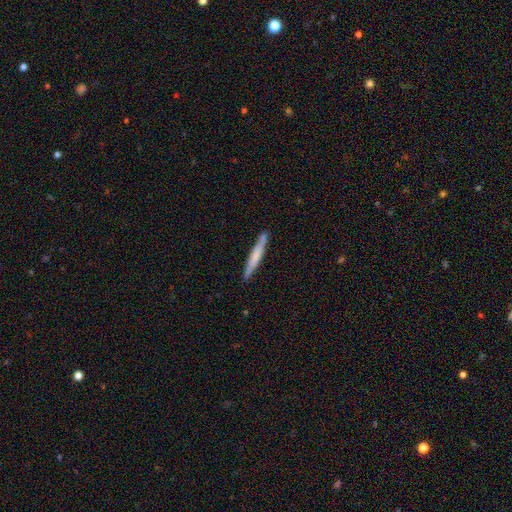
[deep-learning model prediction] This is possibly a smooth galaxy (57%). How rounded: clearly cigar-shaped (96%). Merging: clearly none (87%).